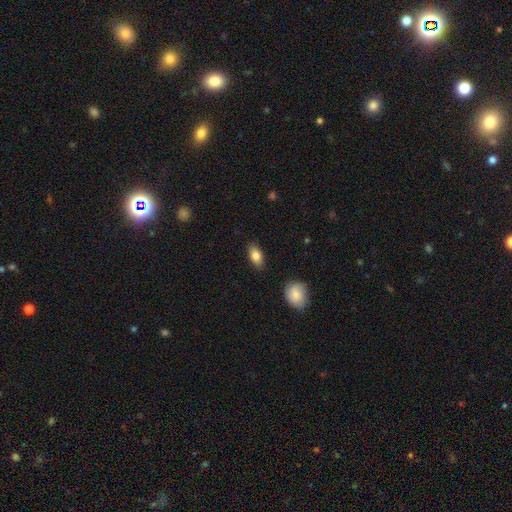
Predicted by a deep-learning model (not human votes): Morphology: type=smooth (83%); roundness=in between (90%); merging=none (86%).